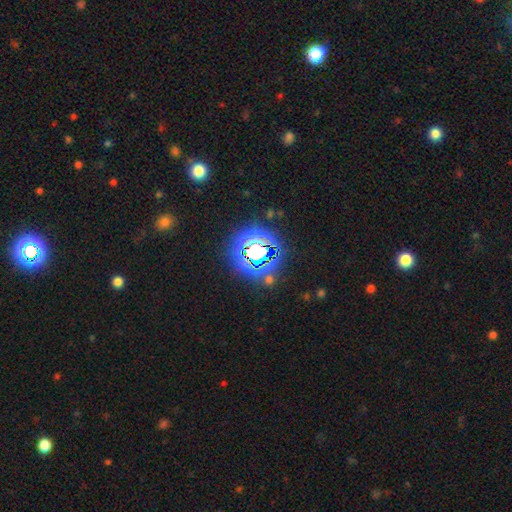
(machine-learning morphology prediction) Q: Smooth or featured?
A: star or artifact (78%); runner-up: smooth (14%)